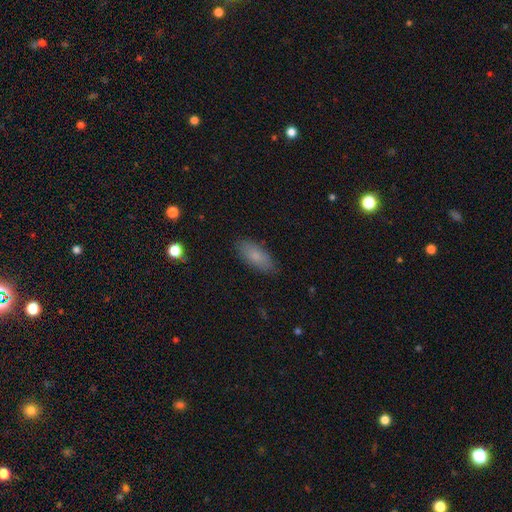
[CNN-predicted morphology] Q: Smooth or featured?
A: smooth (79%); runner-up: featured or disk (13%)
Q: How rounded?
A: in between (81%); runner-up: cigar-shaped (16%)
Q: Merging?
A: none (85%); runner-up: minor disturbance (11%)